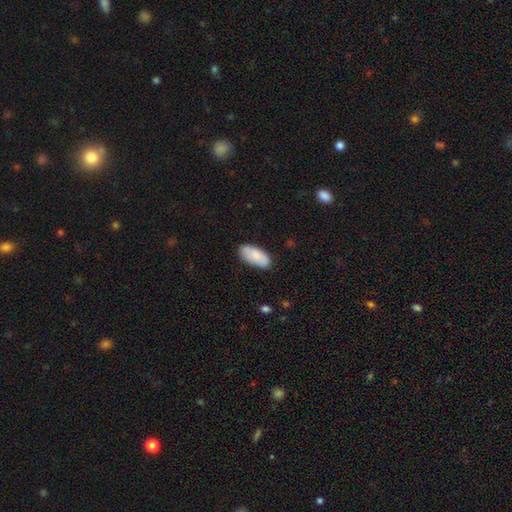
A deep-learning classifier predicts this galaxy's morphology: Smooth or featured? smooth (86%)
How rounded? in between (90%)
Merging? none (85%)